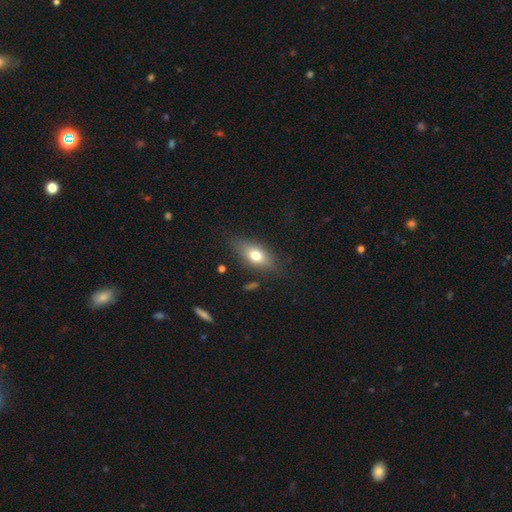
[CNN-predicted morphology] smooth 70%, featured or disk 21%, star or artifact 9%. Down the decision tree: how rounded — in between (79%); merging — none (77%).